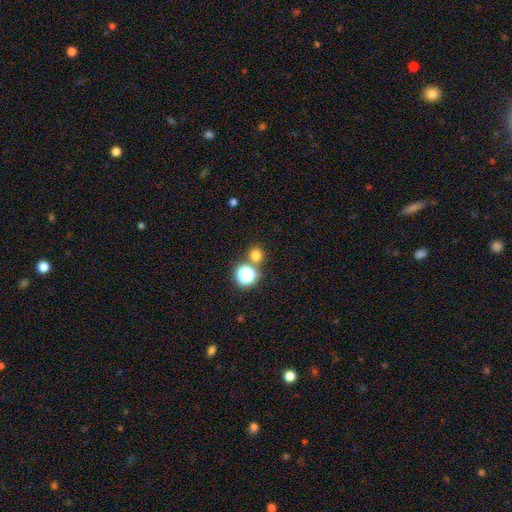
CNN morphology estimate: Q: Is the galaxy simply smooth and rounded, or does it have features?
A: smooth — 73%.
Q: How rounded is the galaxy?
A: round — 90%.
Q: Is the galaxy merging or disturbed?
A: none — 74%.